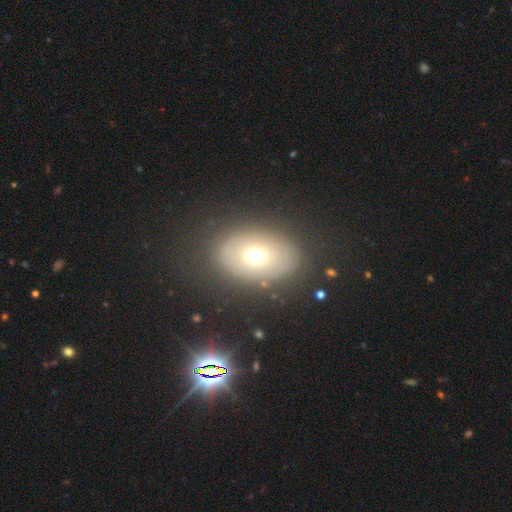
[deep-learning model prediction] This is possibly a smooth galaxy (53%). How rounded: likely in between (80%). Merging: clearly none (81%).